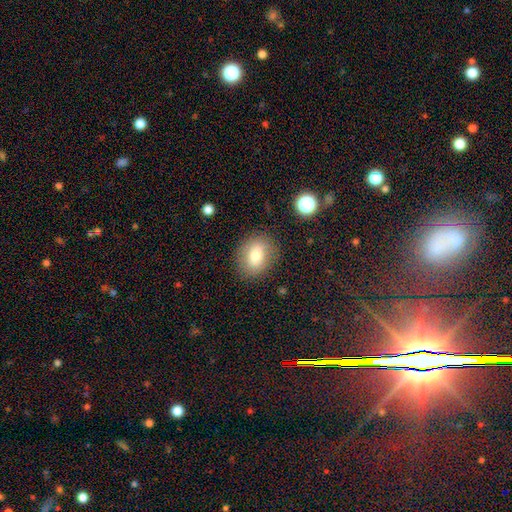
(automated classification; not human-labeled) The model was most divided on "how rounded": in between: 51%, round: 48%, cigar-shaped: 1%. More confident: merging — none (82%); smooth or featured — smooth (74%).